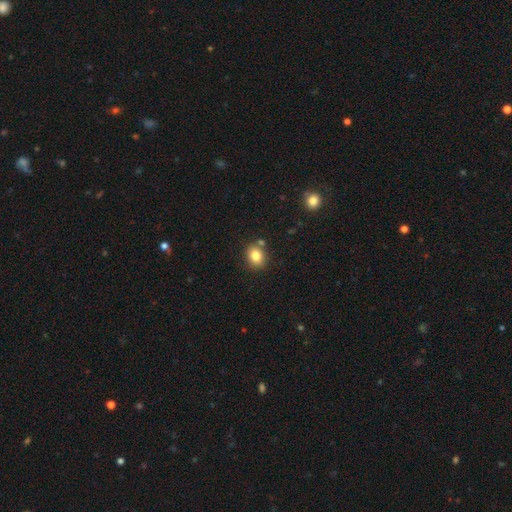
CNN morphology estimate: Overall: smooth (82%). How rounded: round (56%; in between 43%). Merging: none (78%).